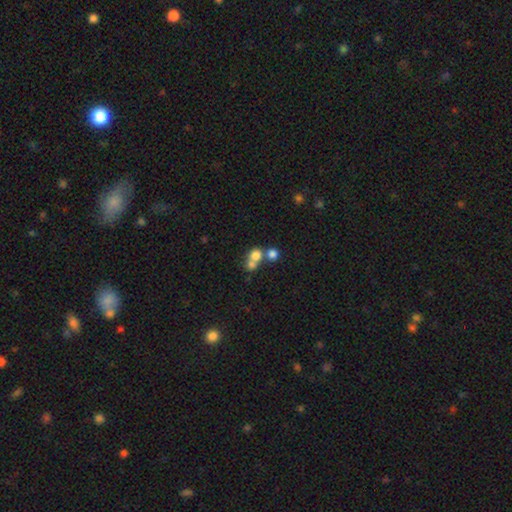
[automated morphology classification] A smooth galaxy with no disk features (72%) that is round (83%).

Vote fractions:
- Smooth or featured? smooth: 72% / featured or disk: 14% / star or artifact: 14%
- How rounded? round: 83% / in between: 16% / cigar-shaped: 1%
- Merging? merger: 53% / none: 37% / minor disturbance: 6% / major disturbance: 4%